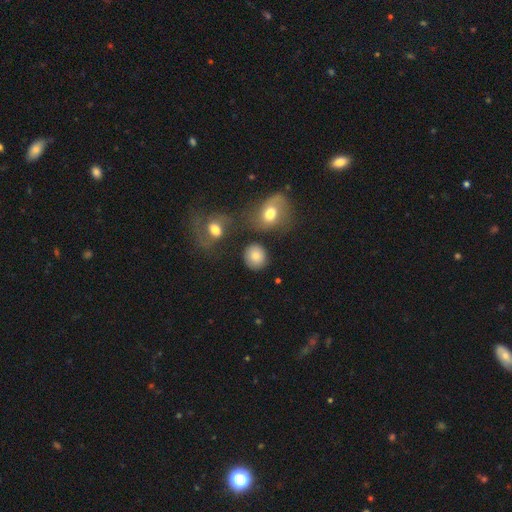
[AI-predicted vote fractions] Smooth or featured? Predicted: smooth (p=0.82). How rounded? Predicted: round (p=0.78). Merging? Predicted: none (p=0.73).